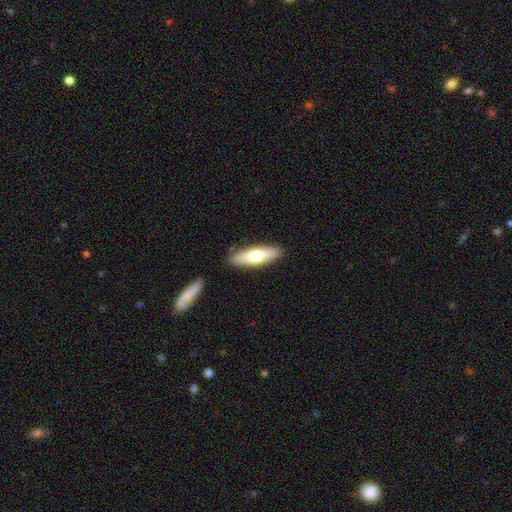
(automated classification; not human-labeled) A smooth galaxy with no disk features (62%) that is cigar-shaped (55%).

Vote fractions:
- Smooth or featured? smooth: 62% / featured or disk: 32% / star or artifact: 5%
- How rounded? cigar-shaped: 55% / in between: 43% / round: 2%
- Merging? none: 87% / minor disturbance: 9% / merger: 2% / major disturbance: 2%